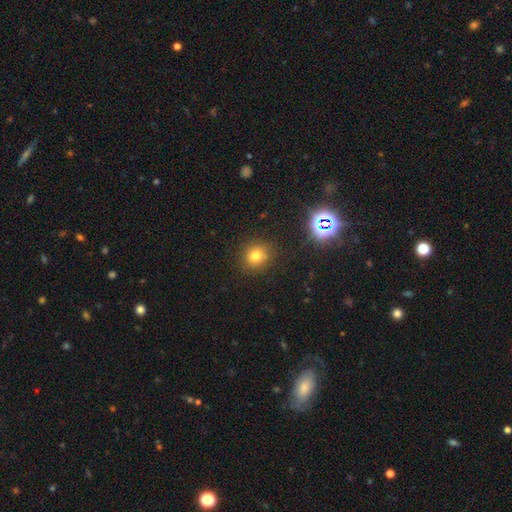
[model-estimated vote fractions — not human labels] Smooth or featured: smooth — 74% (star or artifact — 18%)
How rounded: round — 85% (in between — 14%)
Merging: none — 87% (minor disturbance — 8%)